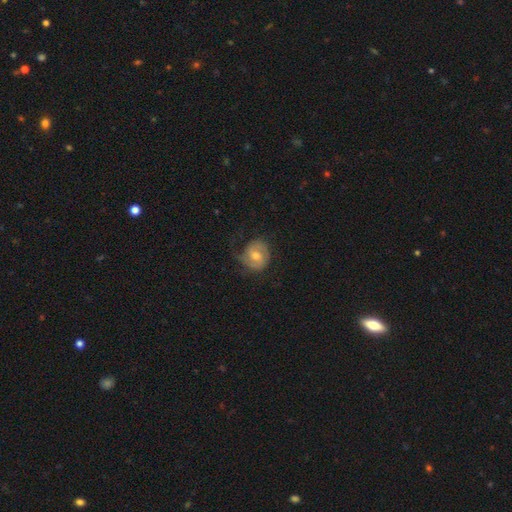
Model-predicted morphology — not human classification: Smooth or featured: featured or disk — 63% (smooth — 29%)
Edge-on disk: no — 97% (yes — 3%)
Bar: no — 46% (weak — 43%)
Spiral arms: yes — 86% (no — 14%)
Spiral winding: tight — 44% (medium — 37%)
Spiral arm count: 2 — 63% (can't tell — 16%)
Bulge size: moderate — 67% (small — 24%)
Merging: none — 65% (minor disturbance — 21%)